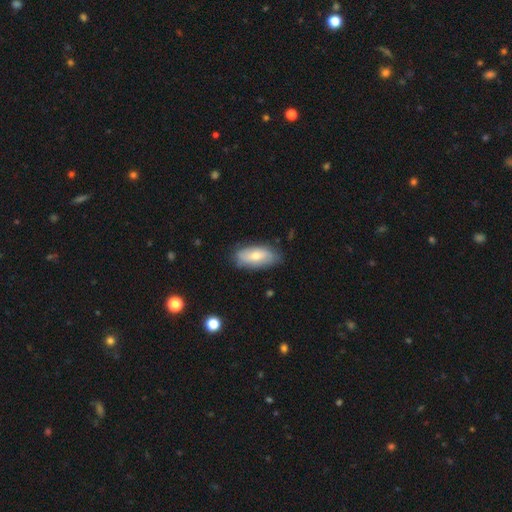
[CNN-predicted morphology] A smooth galaxy with no disk features (55%) that is in between round and cigar-shaped (88%).

Vote fractions:
- Smooth or featured? smooth: 55% / featured or disk: 38% / star or artifact: 7%
- How rounded? in between: 88% / cigar-shaped: 9% / round: 3%
- Merging? none: 79% / minor disturbance: 16% / major disturbance: 3% / merger: 1%